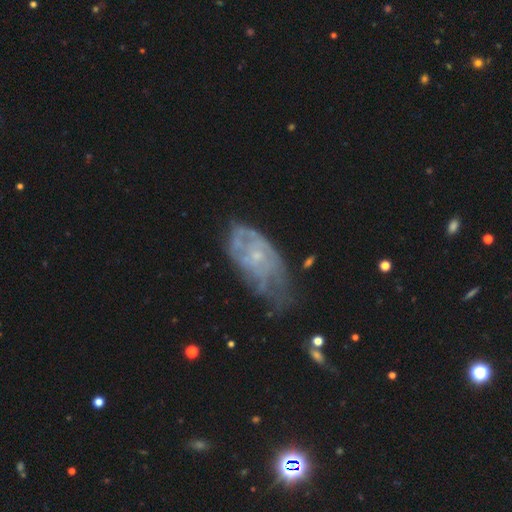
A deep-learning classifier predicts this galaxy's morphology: Q: Smooth or featured?
A: featured or disk (68%); runner-up: smooth (23%)
Q: Edge-on disk?
A: no (93%); runner-up: yes (7%)
Q: Bar?
A: no (79%); runner-up: weak (18%)
Q: Spiral arms?
A: yes (64%); runner-up: no (36%)
Q: Bulge size?
A: small (75%); runner-up: moderate (15%)
Q: Merging?
A: none (40%); runner-up: minor disturbance (34%)